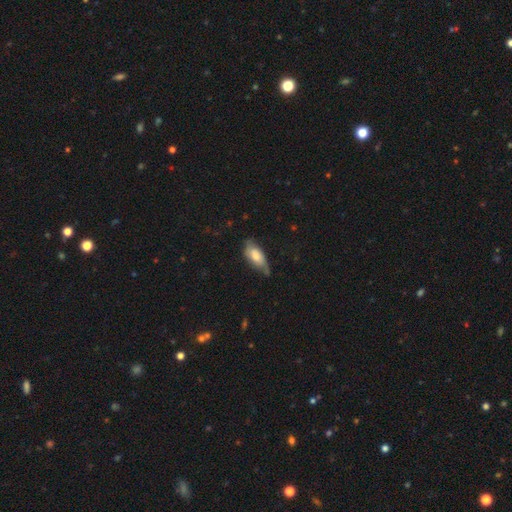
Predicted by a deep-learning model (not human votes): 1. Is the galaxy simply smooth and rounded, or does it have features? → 64% smooth, 29% featured or disk, 7% star or artifact.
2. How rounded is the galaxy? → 86% in between, 11% cigar-shaped, 3% round.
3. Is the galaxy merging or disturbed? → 46% none, 39% minor disturbance, 13% major disturbance, 3% merger.